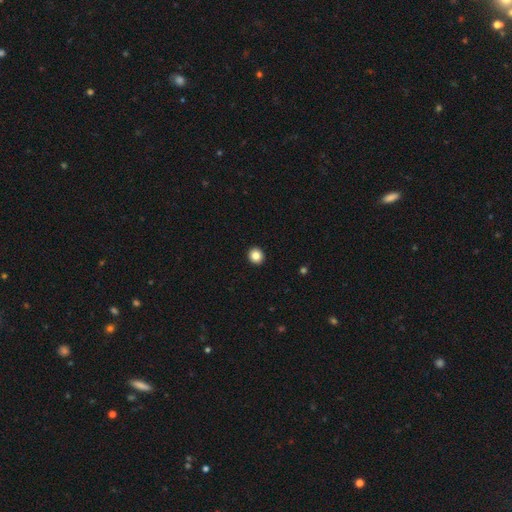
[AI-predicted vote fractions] smooth-or-featured: smooth: 85% | star or artifact: 10% | featured or disk: 5%
  how-rounded: round: 84% | in between: 16% | cigar-shaped: 1%
  merging: none: 94% | minor disturbance: 4% | major disturbance: 1% | merger: 1%